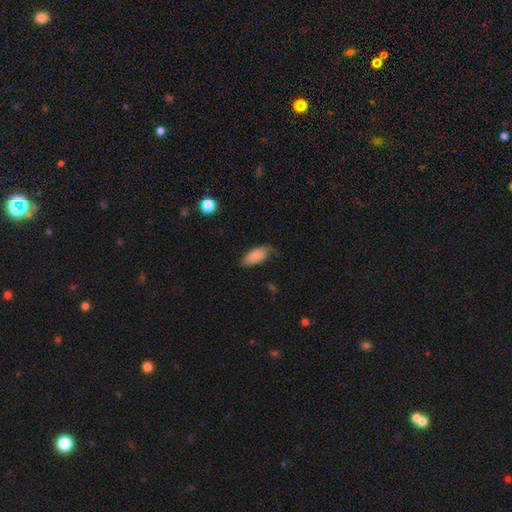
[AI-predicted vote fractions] The model was most divided on "merging": none: 52%, minor disturbance: 34%, major disturbance: 12%, merger: 2%. More confident: how rounded — in between (92%); smooth or featured — smooth (80%).